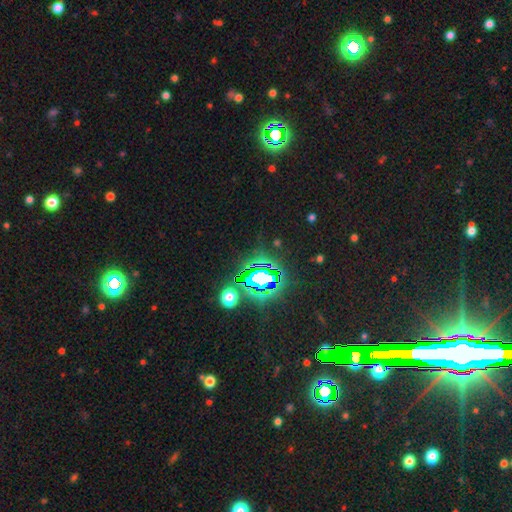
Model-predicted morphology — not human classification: Q: Smooth or featured?
A: star or artifact (80%); runner-up: smooth (11%)